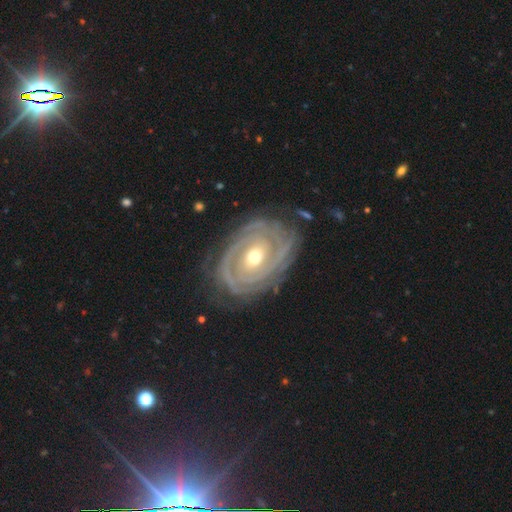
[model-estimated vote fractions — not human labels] Smooth or featured: featured or disk — 90% (smooth — 6%)
Edge-on disk: no — 96% (yes — 4%)
Bar: no — 63% (weak — 24%)
Spiral arms: yes — 96% (no — 4%)
Spiral winding: tight — 84% (medium — 13%)
Spiral arm count: 2 — 35% (3 — 23%)
Bulge size: moderate — 64% (small — 32%)
Merging: none — 77% (minor disturbance — 16%)